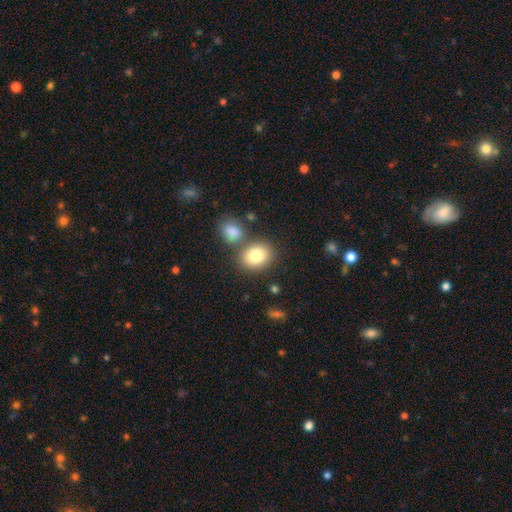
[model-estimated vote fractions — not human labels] smooth 83%, featured or disk 9%, star or artifact 9%. Down the decision tree: how rounded — in between (55%); merging — none (64%).